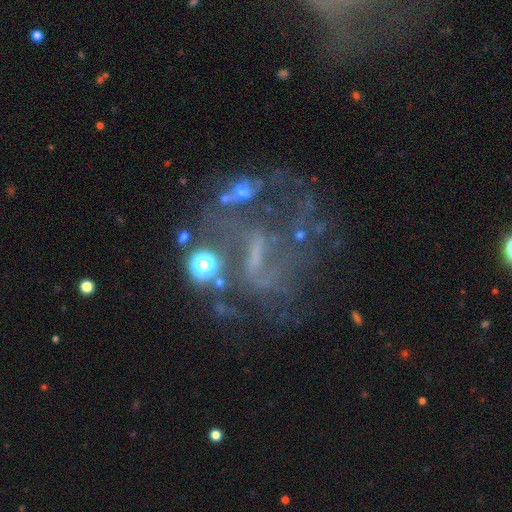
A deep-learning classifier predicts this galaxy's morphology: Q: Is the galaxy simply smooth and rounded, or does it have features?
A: featured or disk — 62%.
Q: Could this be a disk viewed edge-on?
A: no — 95%.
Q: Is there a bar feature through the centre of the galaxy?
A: strong — 41%.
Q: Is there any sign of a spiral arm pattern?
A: yes — 62%.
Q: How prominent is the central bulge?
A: none — 48%.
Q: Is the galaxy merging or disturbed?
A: none — 39%.